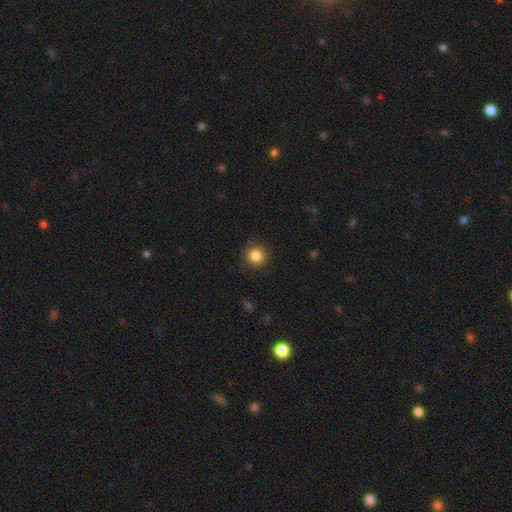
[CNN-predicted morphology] type=smooth (85%); roundness=round (93%); merging=none (88%).